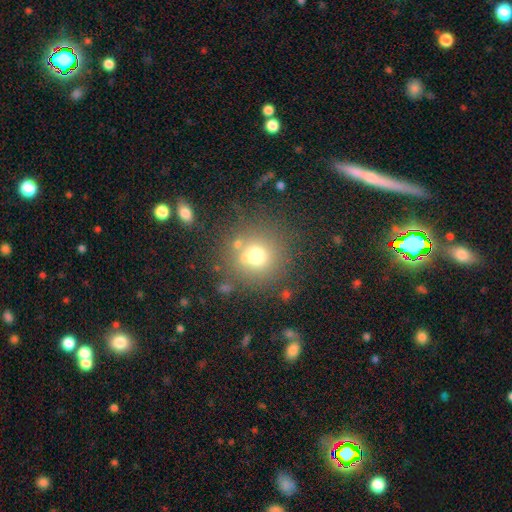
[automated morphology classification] Smooth or featured? smooth (69%)
How rounded? round (92%)
Merging? none (73%)